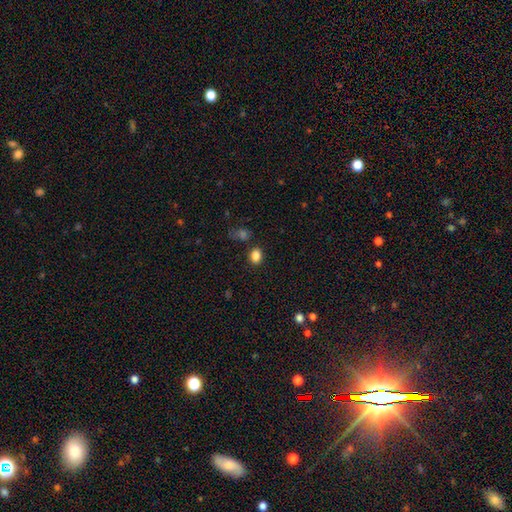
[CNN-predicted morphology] This is clearly a smooth galaxy (85%). How rounded: likely in between (62%). Merging: clearly none (80%).